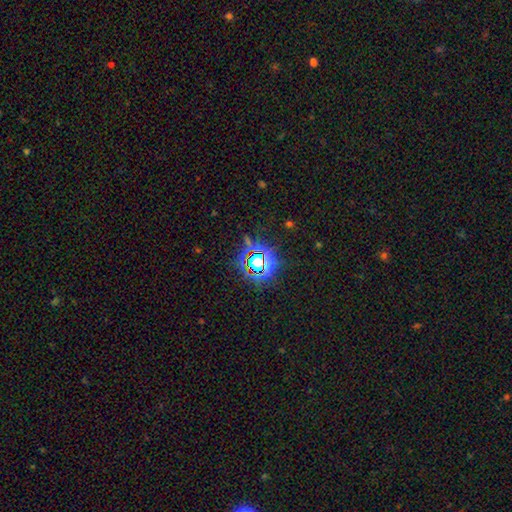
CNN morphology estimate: A star or artifact, not a galaxy (80%).

Vote fractions:
- Smooth or featured? star or artifact: 80% / smooth: 12% / featured or disk: 8%